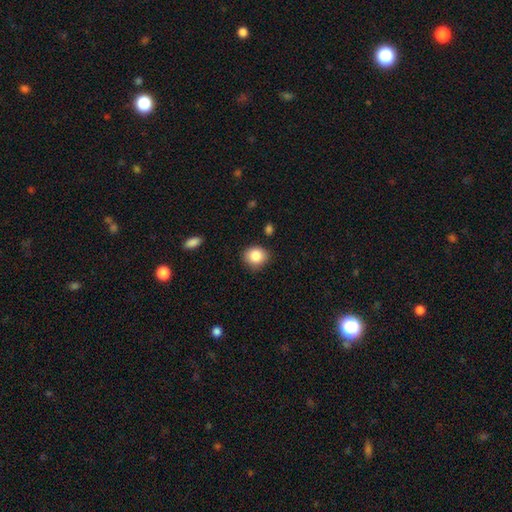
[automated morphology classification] This appears to be a smooth galaxy with no disk features (86%) that is round (78%). Merging: none (84%).